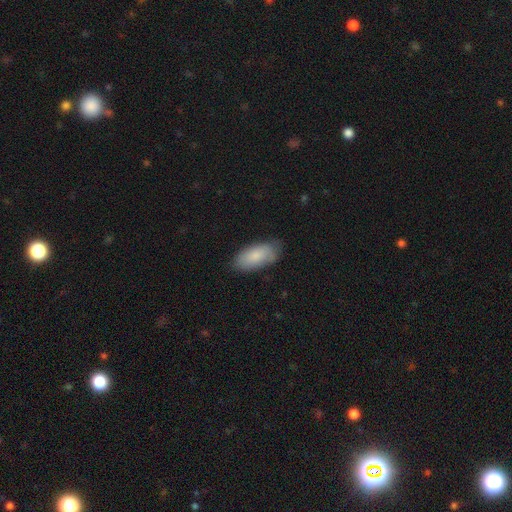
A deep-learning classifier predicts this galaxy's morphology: Smooth or featured? smooth (82%)
How rounded? in between (91%)
Merging? none (73%)